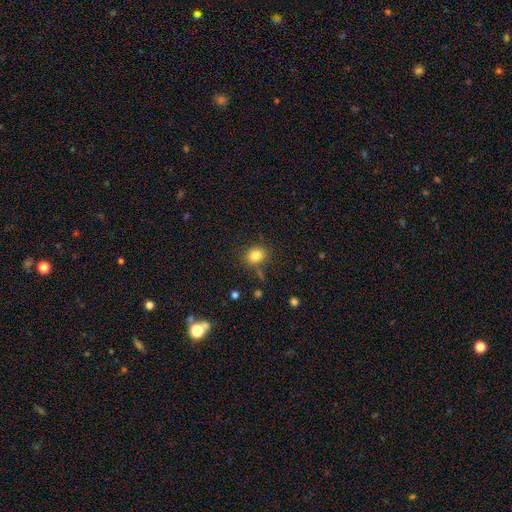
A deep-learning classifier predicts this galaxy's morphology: Smooth or featured?
  - smooth: 82% *
  - star or artifact: 11%
  - featured or disk: 7%
How rounded?
  - round: 60% *
  - in between: 39%
  - cigar-shaped: 1%
Merging?
  - none: 78% *
  - minor disturbance: 13%
  - merger: 5%
  - major disturbance: 4%